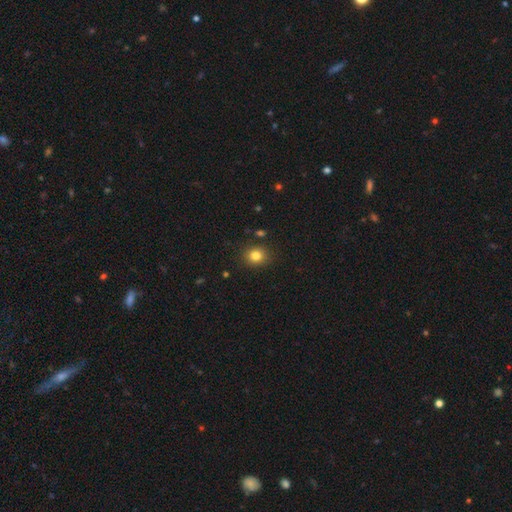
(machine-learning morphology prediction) Overall: smooth (81%). How rounded: round (75%). Merging: none (87%).